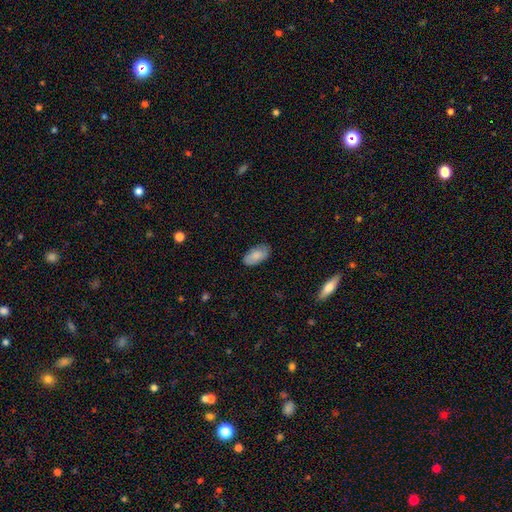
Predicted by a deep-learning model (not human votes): Smooth or featured: smooth — 84% (featured or disk — 10%)
How rounded: in between — 94% (cigar-shaped — 3%)
Merging: none — 83% (minor disturbance — 13%)